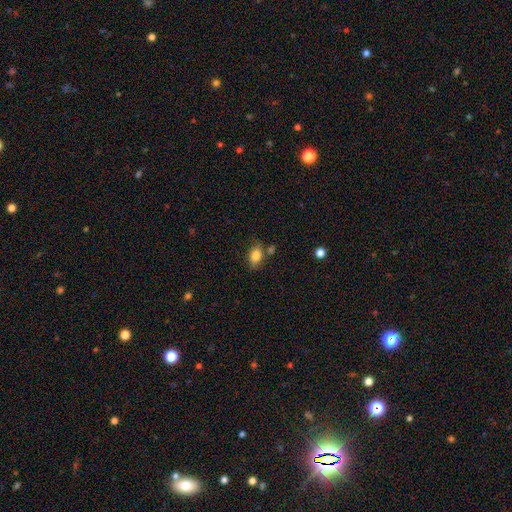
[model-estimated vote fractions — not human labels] This appears to be a smooth galaxy with no disk features (83%) that is in between round and cigar-shaped (82%). Merging: none (71%).